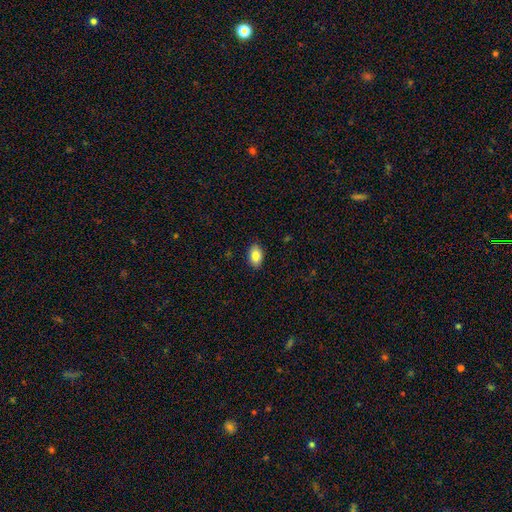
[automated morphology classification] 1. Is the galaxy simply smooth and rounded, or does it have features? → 83% smooth, 9% featured or disk, 7% star or artifact.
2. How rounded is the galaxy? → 90% in between, 9% round, 1% cigar-shaped.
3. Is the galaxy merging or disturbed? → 89% none, 8% minor disturbance, 2% major disturbance, 1% merger.